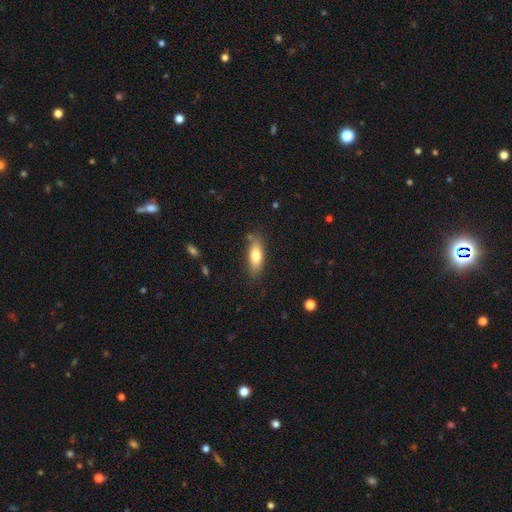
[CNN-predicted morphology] smooth_or_featured: smooth (p=0.73) [alt: featured or disk p=0.20]
how_rounded: in between (p=0.63) [alt: cigar-shaped p=0.34]
merging: none (p=0.80) [alt: minor disturbance p=0.14]